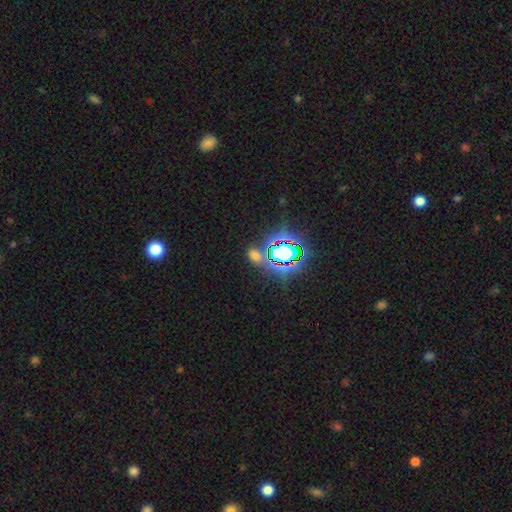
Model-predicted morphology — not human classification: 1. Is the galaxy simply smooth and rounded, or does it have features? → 52% star or artifact, 38% smooth, 10% featured or disk.